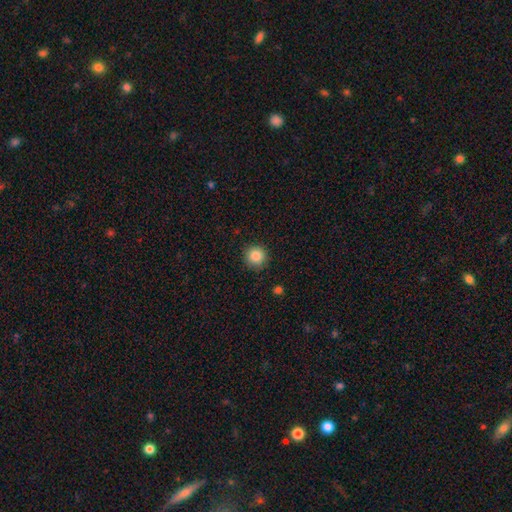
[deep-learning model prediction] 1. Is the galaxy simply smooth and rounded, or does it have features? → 86% smooth, 10% star or artifact, 4% featured or disk.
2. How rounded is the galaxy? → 95% round, 4% in between, 1% cigar-shaped.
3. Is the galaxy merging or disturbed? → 90% none, 7% minor disturbance, 2% major disturbance, 1% merger.